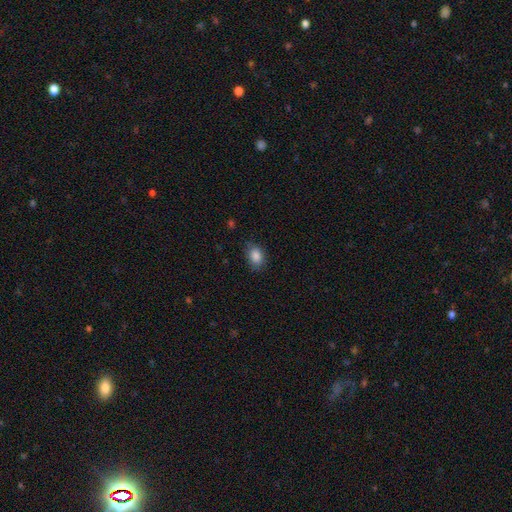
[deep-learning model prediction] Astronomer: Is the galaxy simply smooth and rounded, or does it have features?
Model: smooth — 87%.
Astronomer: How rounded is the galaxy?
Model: in between — 75%.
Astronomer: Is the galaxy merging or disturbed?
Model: none — 80%.